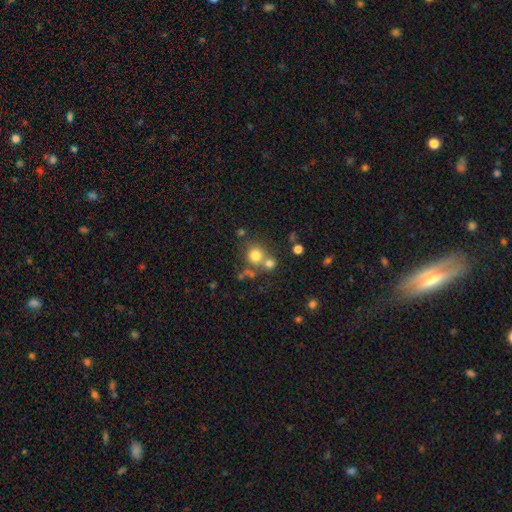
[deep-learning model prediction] Smooth or featured?
  - smooth: 73% *
  - star or artifact: 15%
  - featured or disk: 12%
How rounded?
  - round: 88% *
  - in between: 11%
  - cigar-shaped: 1%
Merging?
  - none: 57% *
  - merger: 29%
  - minor disturbance: 9%
  - major disturbance: 5%